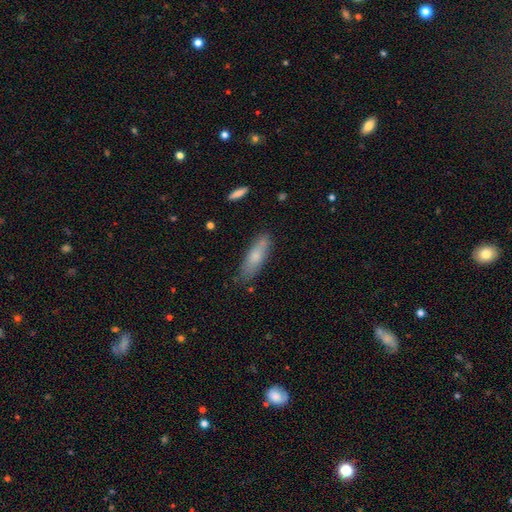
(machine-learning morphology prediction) Overall: smooth (73%). How rounded: cigar-shaped (54%; in between 44%). Merging: none (76%).